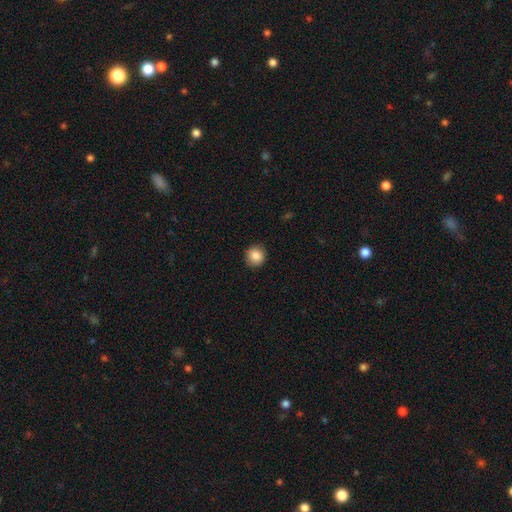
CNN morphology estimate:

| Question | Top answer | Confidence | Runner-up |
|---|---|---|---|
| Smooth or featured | smooth | 86% | star or artifact (9%) |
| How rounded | round | 91% | in between (8%) |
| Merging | none | 90% | minor disturbance (7%) |